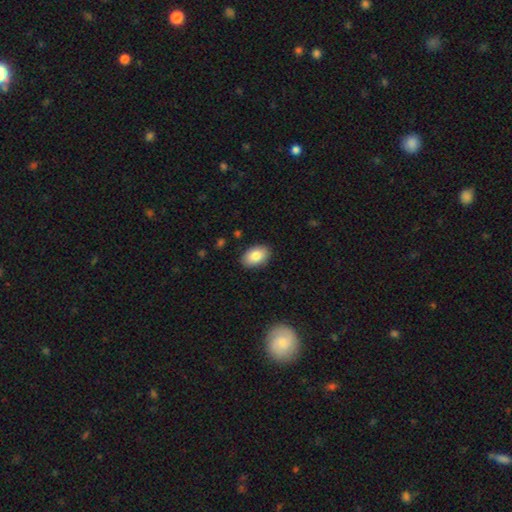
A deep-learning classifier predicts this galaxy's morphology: Smooth or featured?
  - smooth: 85% *
  - featured or disk: 8%
  - star or artifact: 7%
How rounded?
  - in between: 90% *
  - round: 9%
  - cigar-shaped: 1%
Merging?
  - none: 89% *
  - minor disturbance: 8%
  - major disturbance: 2%
  - merger: 1%